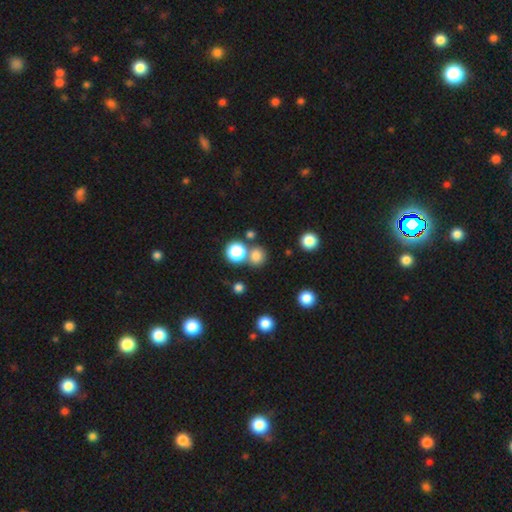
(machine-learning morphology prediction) Smooth or featured?
  - smooth: 77% *
  - star or artifact: 17%
  - featured or disk: 6%
How rounded?
  - round: 82% *
  - in between: 17%
  - cigar-shaped: 1%
Merging?
  - none: 64% *
  - merger: 25%
  - minor disturbance: 8%
  - major disturbance: 3%